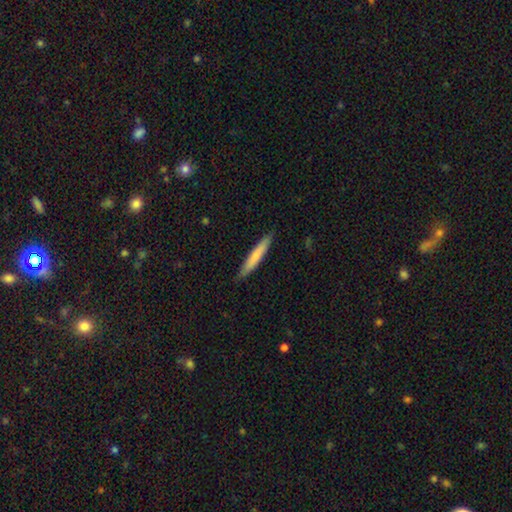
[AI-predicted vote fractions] This is likely a smooth galaxy (71%). How rounded: clearly cigar-shaped (93%). Merging: clearly none (87%).